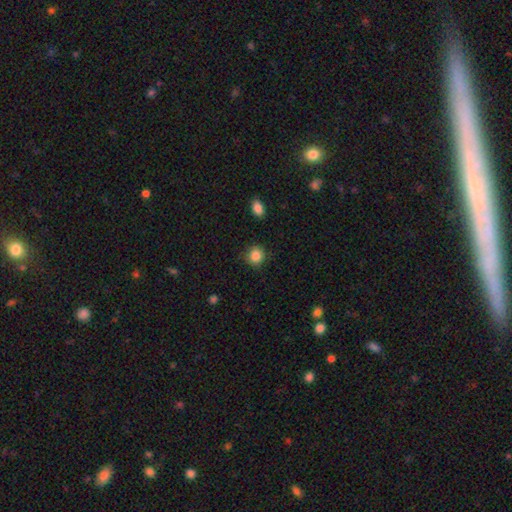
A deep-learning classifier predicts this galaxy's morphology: smooth 86%, star or artifact 10%, featured or disk 4%. Down the decision tree: how rounded — round (88%); merging — none (86%).